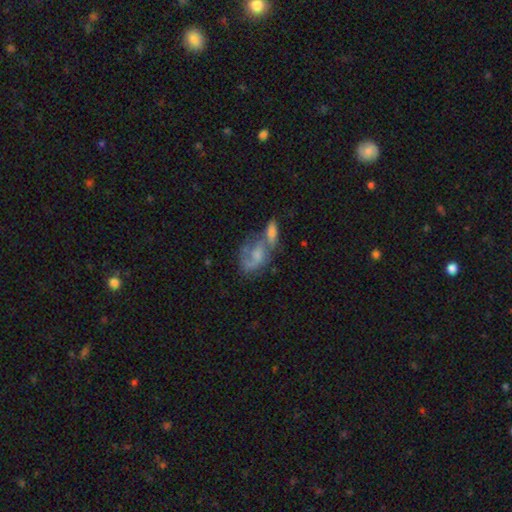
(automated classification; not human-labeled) Smooth or featured? Predicted: featured or disk (p=0.55). Edge-on disk? Predicted: no (p=0.96). Bar? Predicted: no (p=0.68). Spiral arms? Predicted: yes (p=0.69). Bulge size? Predicted: small (p=0.38). Merging? Predicted: merger (p=0.48).